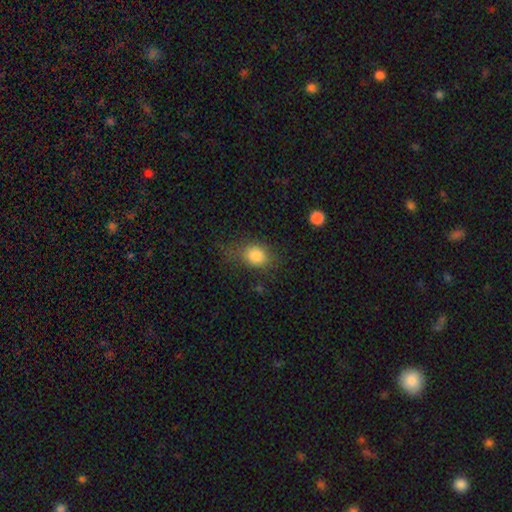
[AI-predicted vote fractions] smooth_or_featured: smooth (p=0.83) [alt: star or artifact p=0.10]
how_rounded: in between (p=0.52) [alt: round p=0.46]
merging: none (p=0.61) [alt: minor disturbance p=0.24]